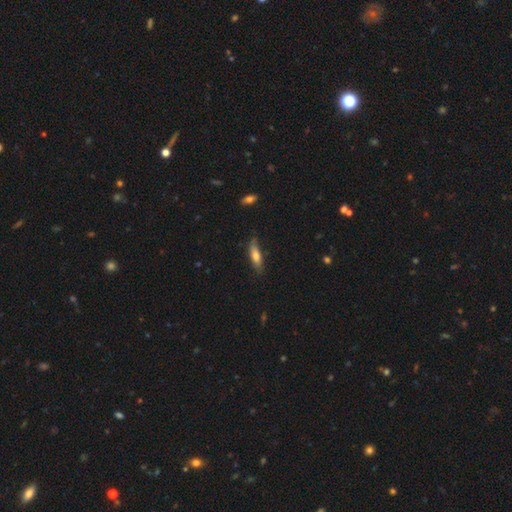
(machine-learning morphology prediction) Smooth or featured: smooth — 69% (featured or disk — 25%)
How rounded: cigar-shaped — 55% (in between — 43%)
Merging: none — 70% (minor disturbance — 24%)